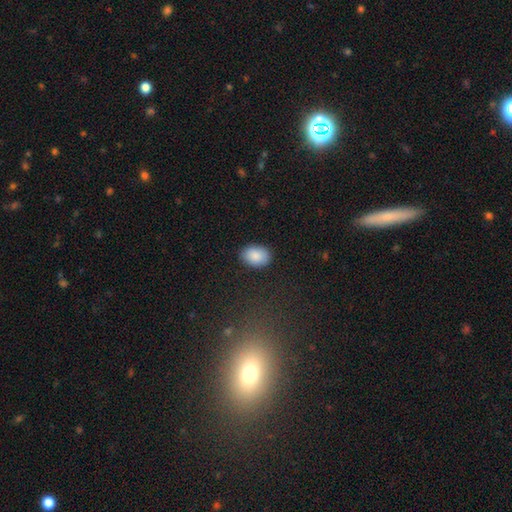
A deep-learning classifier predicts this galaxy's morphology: This is clearly a smooth galaxy (88%). How rounded: likely in between (80%). Merging: clearly none (88%).